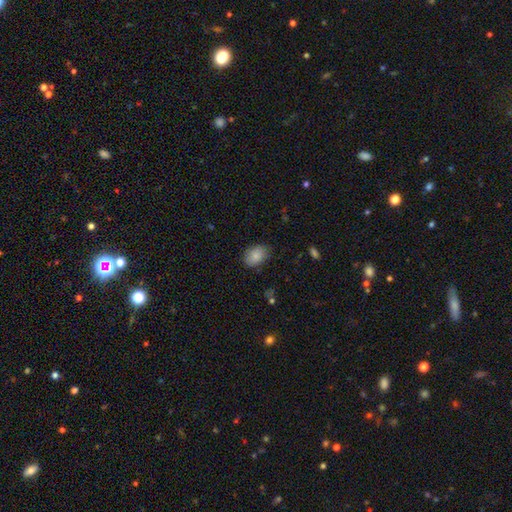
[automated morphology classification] smooth-or-featured: smooth: 86% | star or artifact: 7% | featured or disk: 6%
  how-rounded: in between: 83% | round: 16% | cigar-shaped: 1%
  merging: none: 82% | minor disturbance: 14% | major disturbance: 3% | merger: 1%